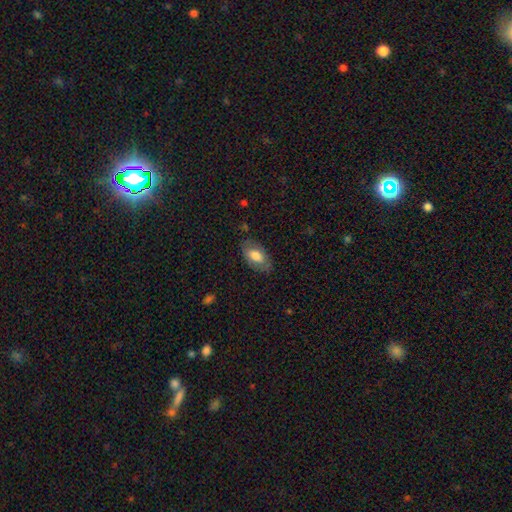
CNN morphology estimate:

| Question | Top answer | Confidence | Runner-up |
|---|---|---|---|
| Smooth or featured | smooth | 66% | featured or disk (27%) |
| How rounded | in between | 93% | round (5%) |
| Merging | none | 77% | minor disturbance (17%) |